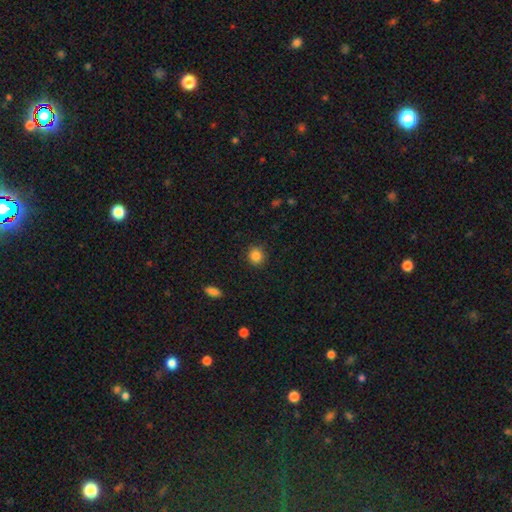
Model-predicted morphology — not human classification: smooth-or-featured: smooth: 85% | star or artifact: 10% | featured or disk: 4%
  how-rounded: round: 88% | in between: 11% | cigar-shaped: 1%
  merging: none: 90% | minor disturbance: 7% | major disturbance: 2% | merger: 1%